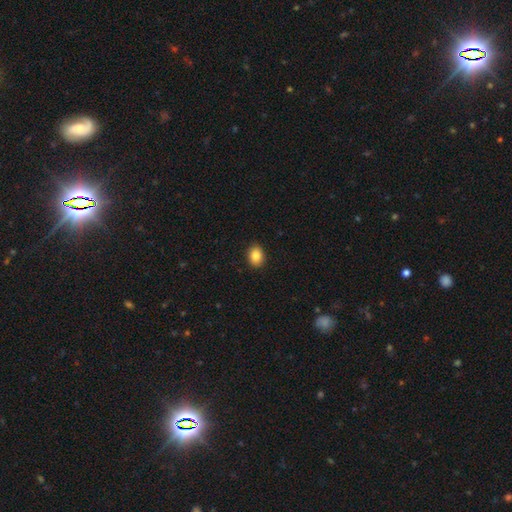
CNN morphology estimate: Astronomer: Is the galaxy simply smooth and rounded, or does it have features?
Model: smooth — 86%.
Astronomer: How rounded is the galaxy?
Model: in between — 64%.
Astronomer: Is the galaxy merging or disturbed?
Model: none — 90%.